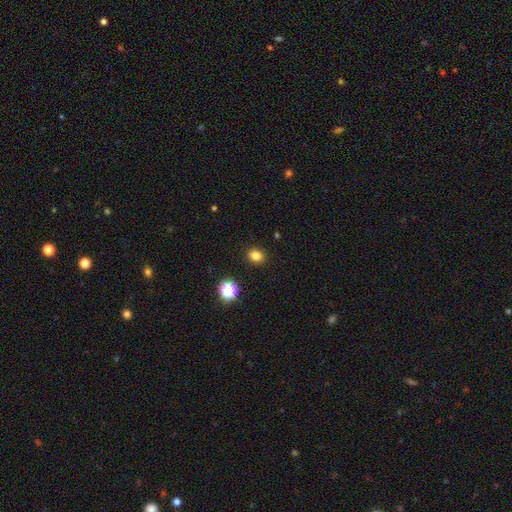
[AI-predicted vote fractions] Smooth or featured: smooth — 81% (star or artifact — 14%)
How rounded: round — 64% (in between — 35%)
Merging: none — 90% (minor disturbance — 6%)